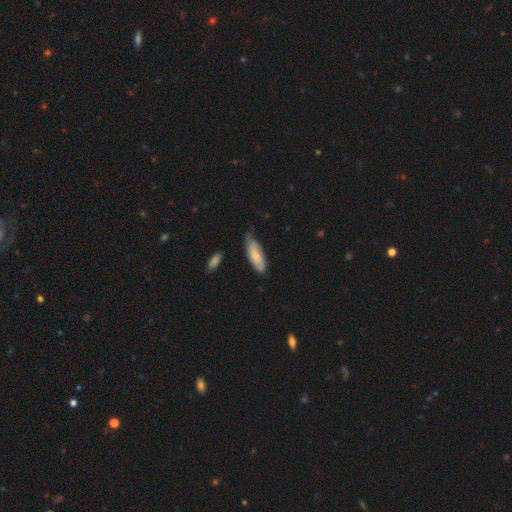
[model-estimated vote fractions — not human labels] The model was most divided on "merging": none: 49%, minor disturbance: 38%, major disturbance: 10%, merger: 3%. More confident: smooth or featured — smooth (73%); how rounded — in between (66%).